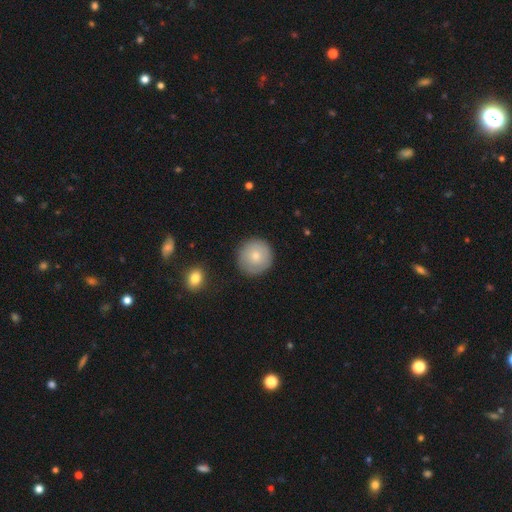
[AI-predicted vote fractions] A smooth galaxy with no disk features (72%) that is round (95%). Merging: none (87%).